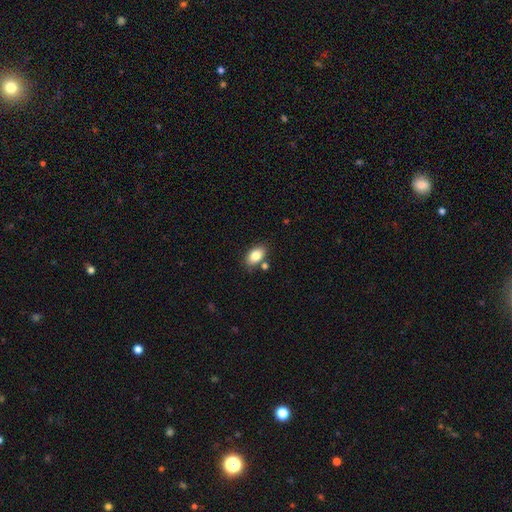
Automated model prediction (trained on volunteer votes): smooth_or_featured: smooth (p=0.83) [alt: featured or disk p=0.09]
how_rounded: in between (p=0.89) [alt: round p=0.09]
merging: none (p=0.76) [alt: minor disturbance p=0.12]